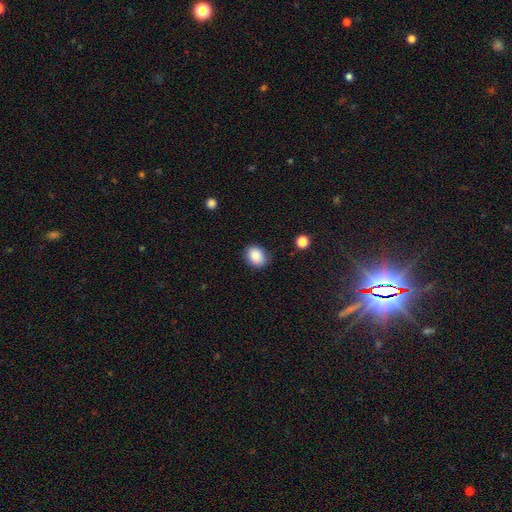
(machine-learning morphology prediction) A smooth galaxy with no disk features (86%) that is in between round and cigar-shaped (54%).

Vote fractions:
- Smooth or featured? smooth: 86% / star or artifact: 8% / featured or disk: 5%
- How rounded? in between: 54% / round: 45% / cigar-shaped: 1%
- Merging? none: 79% / minor disturbance: 16% / major disturbance: 3% / merger: 2%